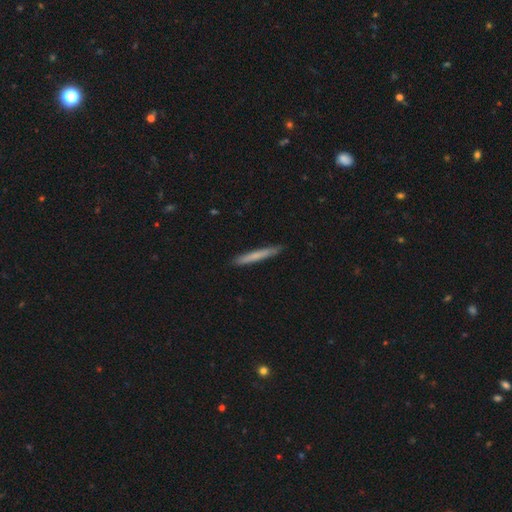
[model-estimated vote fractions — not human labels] smooth-or-featured: smooth: 68% | featured or disk: 27% | star or artifact: 6%
  how-rounded: cigar-shaped: 96% | in between: 2% | round: 1%
  merging: none: 88% | minor disturbance: 9% | major disturbance: 1% | merger: 1%